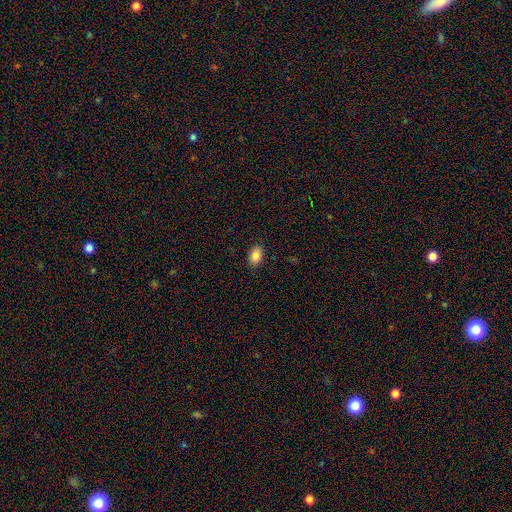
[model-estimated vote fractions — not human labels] Smooth or featured? Predicted: smooth (p=0.87). How rounded? Predicted: in between (p=0.87). Merging? Predicted: none (p=0.87).